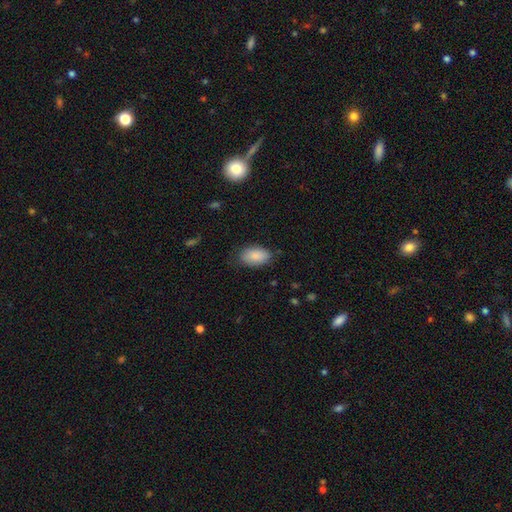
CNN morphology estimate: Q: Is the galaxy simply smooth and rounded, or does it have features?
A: smooth — 86%.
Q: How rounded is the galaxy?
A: in between — 93%.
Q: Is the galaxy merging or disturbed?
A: none — 80%.